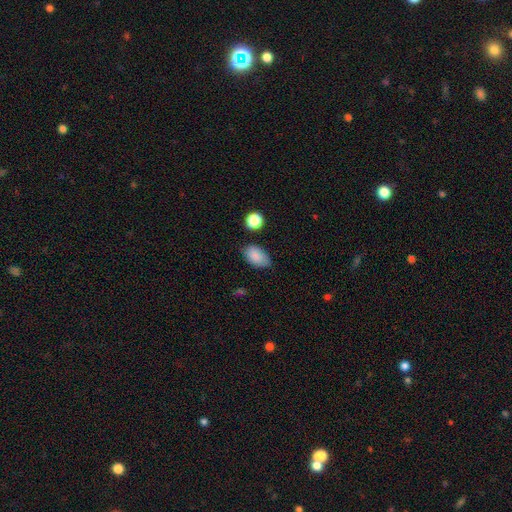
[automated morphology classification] Smooth or featured? smooth (86%)
How rounded? in between (90%)
Merging? none (68%)